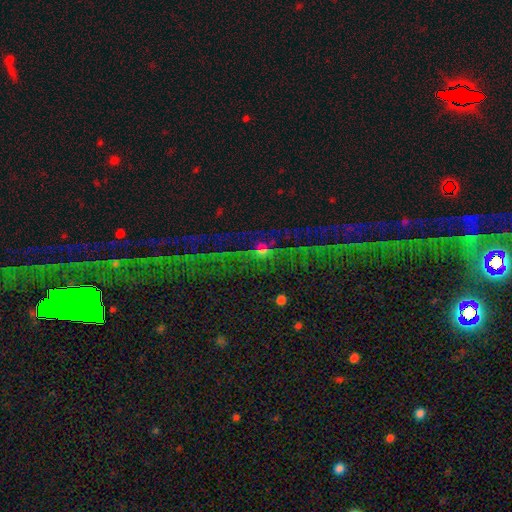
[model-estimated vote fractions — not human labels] Smooth or featured? star or artifact (79%)